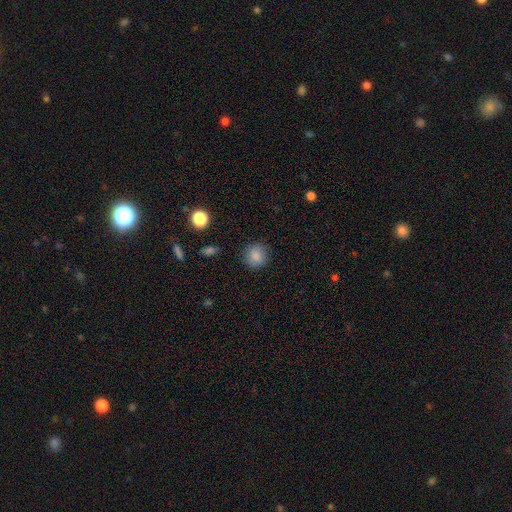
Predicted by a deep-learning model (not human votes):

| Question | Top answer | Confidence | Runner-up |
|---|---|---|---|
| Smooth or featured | smooth | 86% | star or artifact (10%) |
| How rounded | round | 86% | in between (13%) |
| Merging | none | 87% | minor disturbance (9%) |